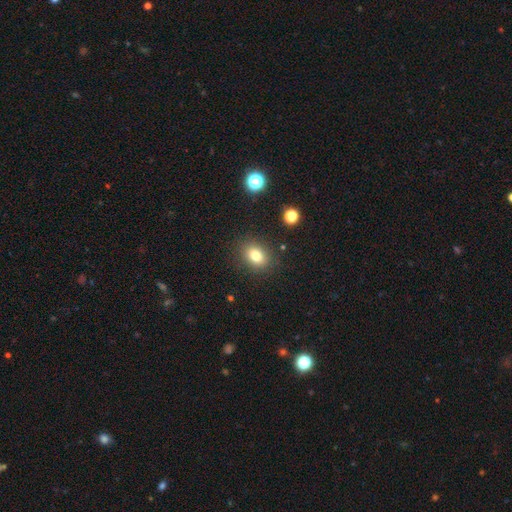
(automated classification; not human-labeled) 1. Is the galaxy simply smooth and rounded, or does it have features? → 80% smooth, 12% star or artifact, 8% featured or disk.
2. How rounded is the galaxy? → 59% in between, 40% round, 1% cigar-shaped.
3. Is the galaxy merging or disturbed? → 87% none, 9% minor disturbance, 3% major disturbance, 2% merger.